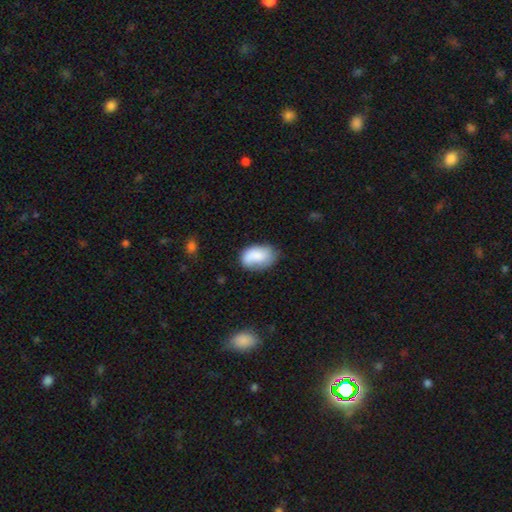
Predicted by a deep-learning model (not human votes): This appears to be a smooth galaxy with no disk features (82%) that is in between round and cigar-shaped (86%). Merging: none (59%).